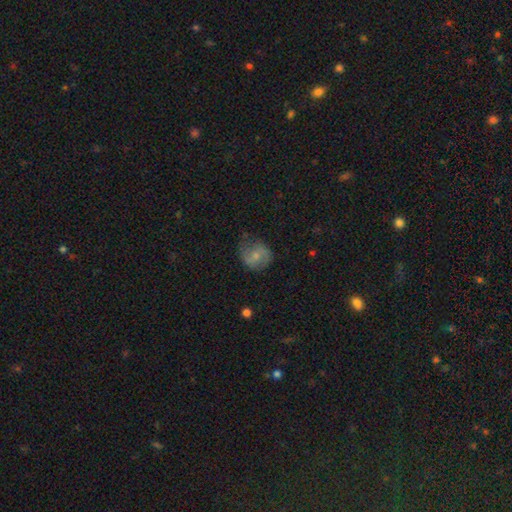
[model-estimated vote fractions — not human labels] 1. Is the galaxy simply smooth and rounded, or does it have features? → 53% smooth, 39% featured or disk, 8% star or artifact.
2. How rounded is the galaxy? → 79% round, 20% in between, 1% cigar-shaped.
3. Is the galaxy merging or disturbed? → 62% none, 27% minor disturbance, 10% major disturbance, 2% merger.